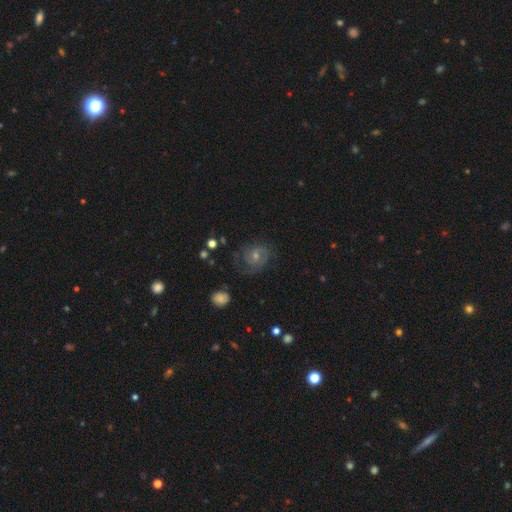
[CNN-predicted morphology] smooth_or_featured: featured or disk (p=0.68) [alt: smooth p=0.17]
disk_edge_on: no (p=0.97) [alt: yes p=0.03]
bar: no (p=0.70) [alt: weak p=0.25]
has_spiral_arms: yes (p=0.90) [alt: no p=0.10]
spiral_winding: tight (p=0.54) [alt: medium p=0.35]
spiral_arm_count: 2 (p=0.44) [alt: can't tell p=0.30]
bulge_size: moderate (p=0.47) [tied with: small p=0.47]
merging: none (p=0.70) [alt: minor disturbance p=0.17]